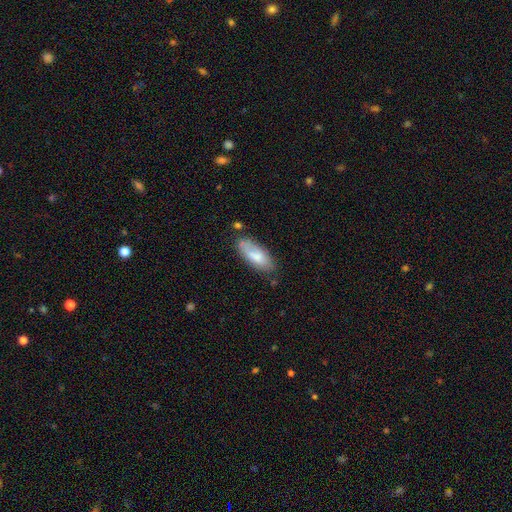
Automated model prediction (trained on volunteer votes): Smooth or featured: smooth — 76% (featured or disk — 17%)
How rounded: in between — 80% (cigar-shaped — 18%)
Merging: none — 67% (minor disturbance — 23%)